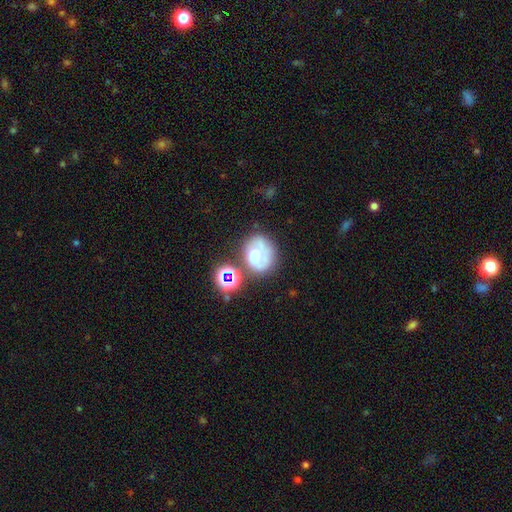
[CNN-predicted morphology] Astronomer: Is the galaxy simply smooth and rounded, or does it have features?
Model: smooth — 46% (runner-up: featured or disk, 39%).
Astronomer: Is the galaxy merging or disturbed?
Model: none — 45% (runner-up: minor disturbance, 23%).